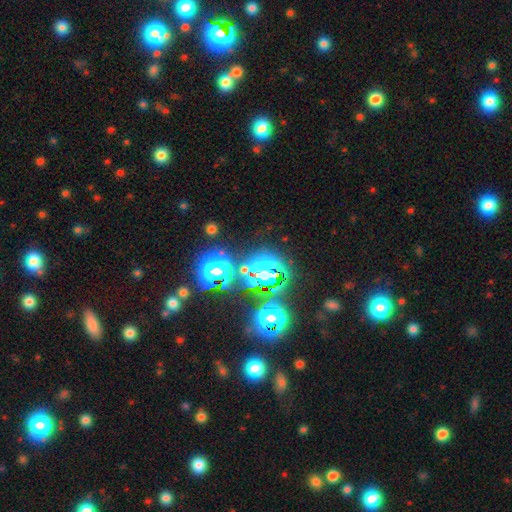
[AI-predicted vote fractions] A star or artifact, not a galaxy (70%).

Vote fractions:
- Smooth or featured? star or artifact: 70% / smooth: 21% / featured or disk: 9%